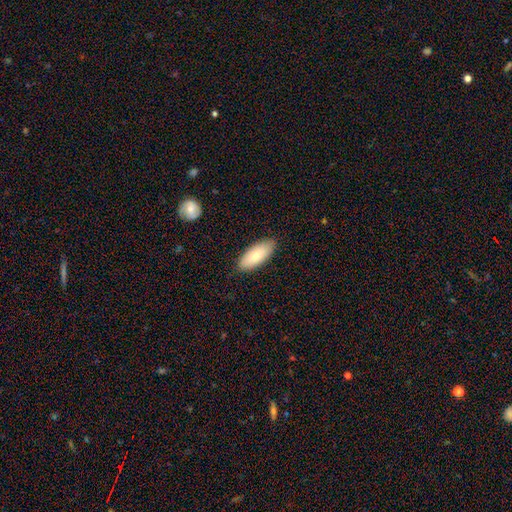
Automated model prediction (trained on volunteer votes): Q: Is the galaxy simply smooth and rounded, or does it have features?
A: smooth — 79%.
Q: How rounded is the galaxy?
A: in between — 84%.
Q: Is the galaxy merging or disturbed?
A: none — 87%.